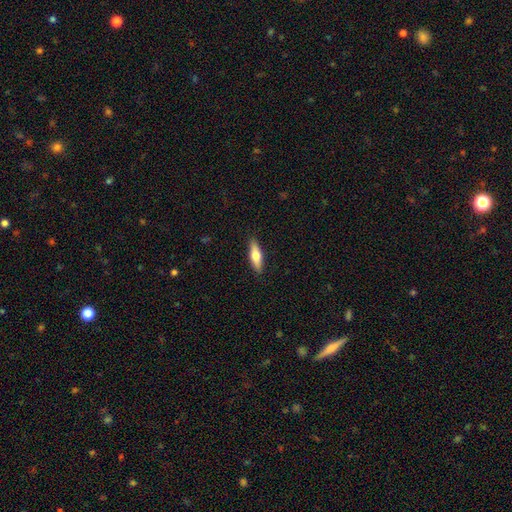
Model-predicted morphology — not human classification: Smooth or featured: smooth — 61% (featured or disk — 33%)
How rounded: cigar-shaped — 53% (in between — 44%)
Merging: none — 90% (minor disturbance — 8%)